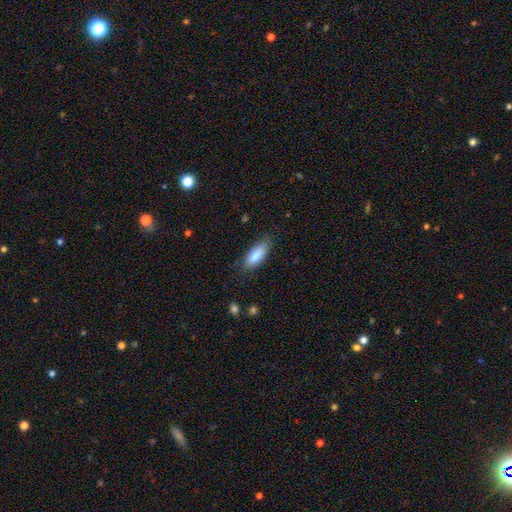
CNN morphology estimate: This appears to be a smooth galaxy with no disk features (82%) that is in between round and cigar-shaped (74%). Merging: none (77%).